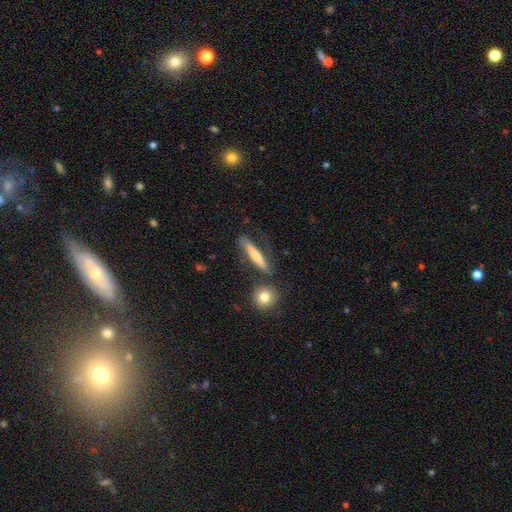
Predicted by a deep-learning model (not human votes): This is possibly a smooth galaxy (52%). How rounded: clearly cigar-shaped (87%). Merging: likely none (76%).